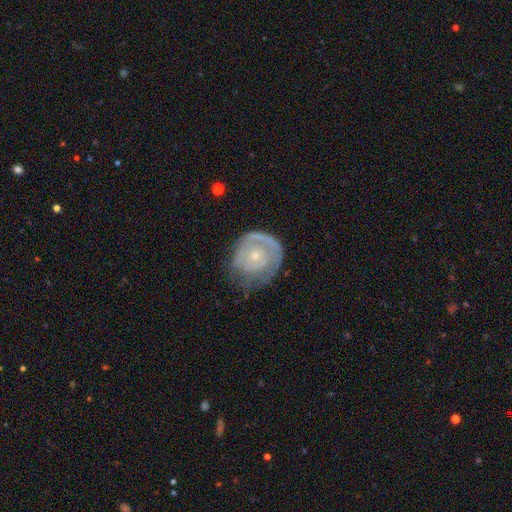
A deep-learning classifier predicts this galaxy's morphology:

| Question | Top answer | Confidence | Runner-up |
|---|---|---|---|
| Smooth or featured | featured or disk | 63% | smooth (31%) |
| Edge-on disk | no | 97% | yes (3%) |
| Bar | no | 85% | weak (13%) |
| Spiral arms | yes | 63% | no (37%) |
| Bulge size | small | 71% | moderate (25%) |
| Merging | none | 55% | minor disturbance (27%) |